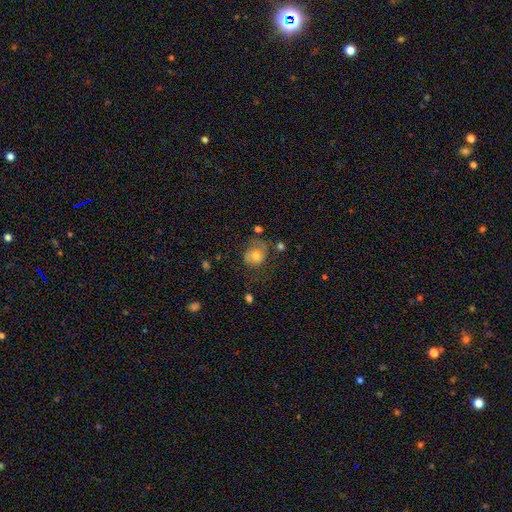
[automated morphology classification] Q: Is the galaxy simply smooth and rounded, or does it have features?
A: smooth — 58%.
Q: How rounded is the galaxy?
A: round — 61%.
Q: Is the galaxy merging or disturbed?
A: none — 46%.